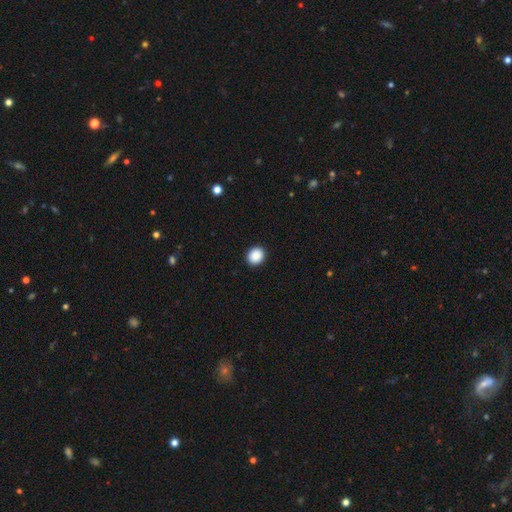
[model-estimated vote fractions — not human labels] Smooth or featured: smooth — 89% (star or artifact — 8%)
How rounded: round — 76% (in between — 23%)
Merging: none — 92% (minor disturbance — 5%)